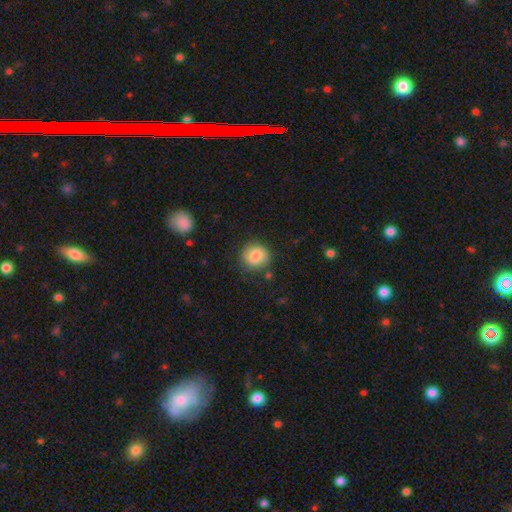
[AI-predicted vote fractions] Overall: smooth (84%). How rounded: round (87%). Merging: none (82%).